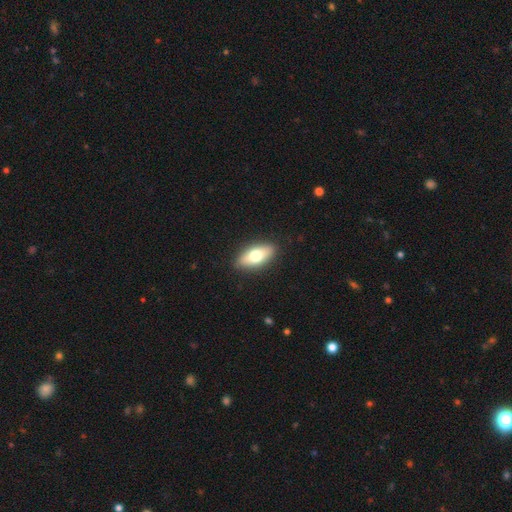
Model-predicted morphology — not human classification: smooth_or_featured: smooth (p=0.65) [alt: featured or disk p=0.28]
how_rounded: in between (p=0.82) [alt: cigar-shaped p=0.14]
merging: none (p=0.88) [alt: minor disturbance p=0.09]